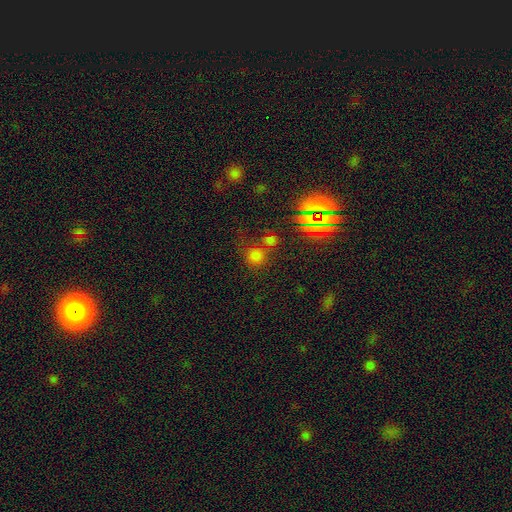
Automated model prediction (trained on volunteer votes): This appears to be a smooth galaxy with no disk features (62%) that is round (87%). Merging: none (62%).